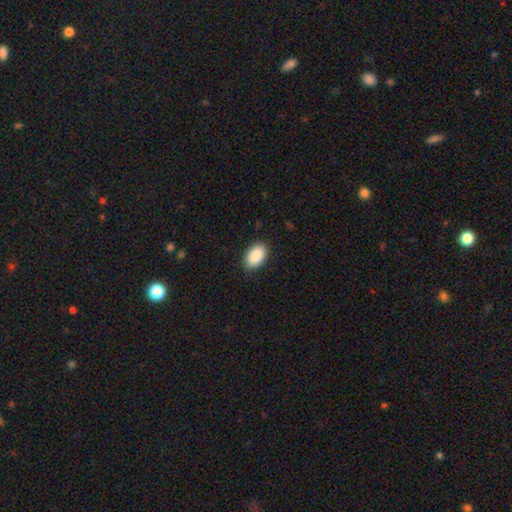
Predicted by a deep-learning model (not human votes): smooth_or_featured: smooth (p=0.90) [alt: star or artifact p=0.06]
how_rounded: in between (p=0.92) [alt: round p=0.07]
merging: none (p=0.87) [alt: minor disturbance p=0.10]